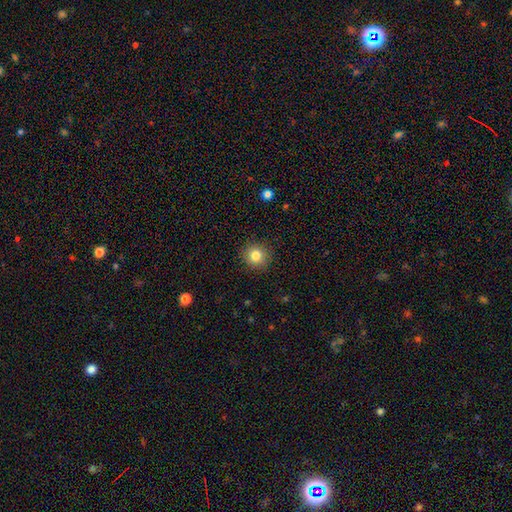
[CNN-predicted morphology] Q: Smooth or featured?
A: smooth (82%); runner-up: star or artifact (11%)
Q: How rounded?
A: round (92%); runner-up: in between (7%)
Q: Merging?
A: none (91%); runner-up: minor disturbance (6%)